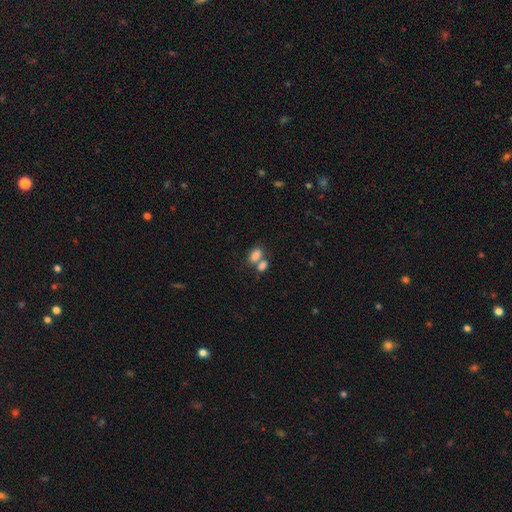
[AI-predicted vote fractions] smooth_or_featured: smooth (p=0.81) [alt: featured or disk p=0.09]
how_rounded: in between (p=0.88) [alt: round p=0.10]
merging: merger (p=0.51) [alt: none p=0.36]